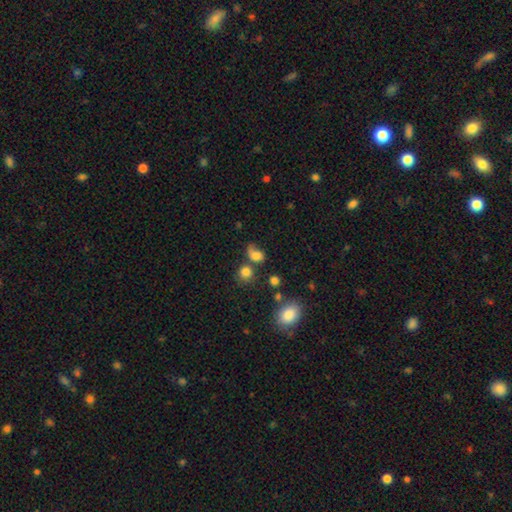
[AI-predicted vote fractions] Morphology: type=smooth (76%); roundness=in between (54%); merging=none (38%).